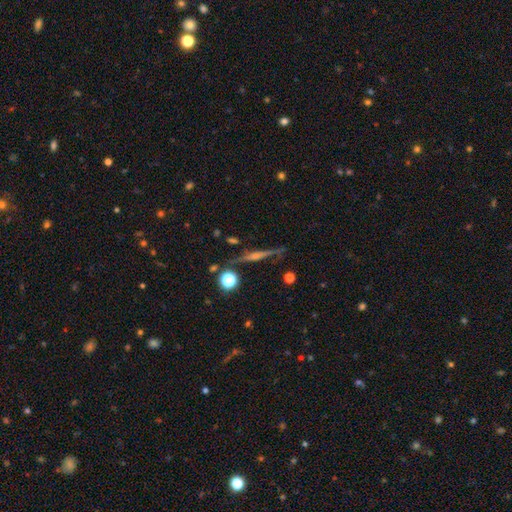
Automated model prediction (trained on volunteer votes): This appears to be a featured or disk galaxy (74%) viewed edge-on (96%) with a rounded central bulge (68%). Merging: none (84%).